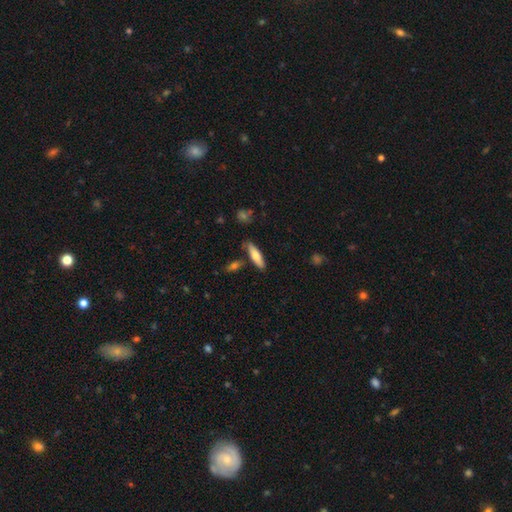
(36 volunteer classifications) Q: Smooth or featured?
A: smooth (72%); runner-up: featured or disk (25%)
Q: How rounded?
A: cigar-shaped (58%); runner-up: in between (42%)
Q: Merging?
A: none (83%); runner-up: minor disturbance (9%)